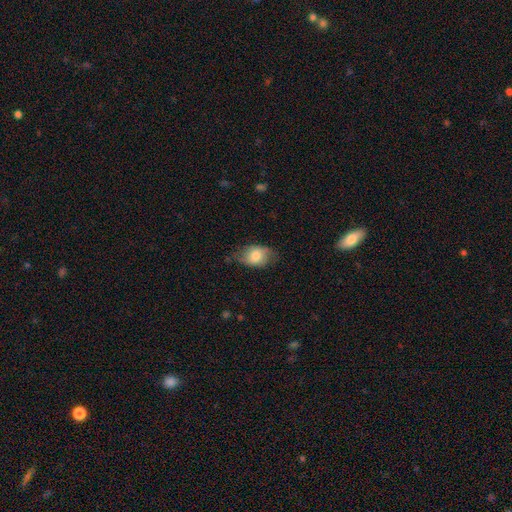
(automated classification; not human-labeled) Smooth or featured? smooth (70%)
How rounded? in between (79%)
Merging? none (62%)